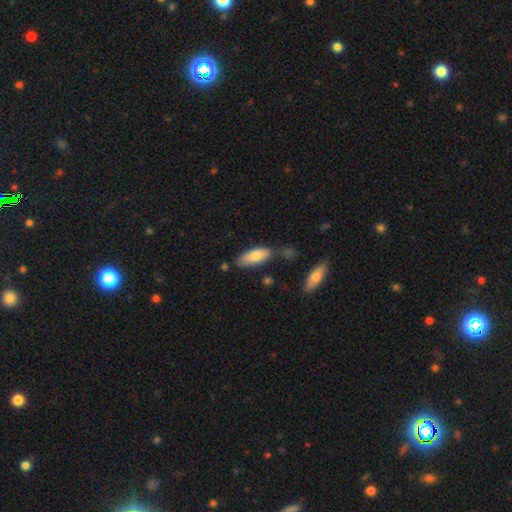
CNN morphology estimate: A smooth galaxy with no disk features (81%) that is in between round and cigar-shaped (77%). Merging: none (67%).